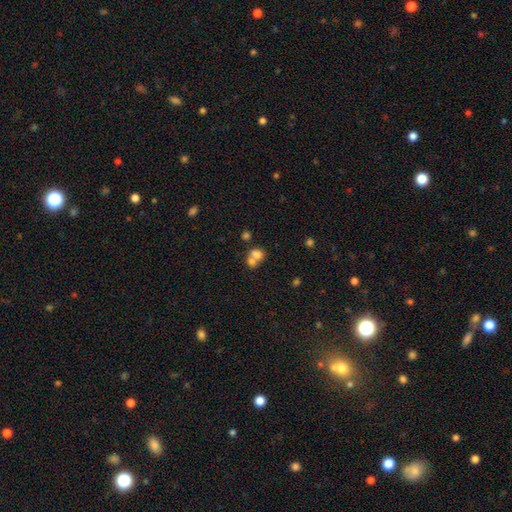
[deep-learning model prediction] Smooth or featured? smooth (71%)
How rounded? round (54%)
Merging? merger (64%)